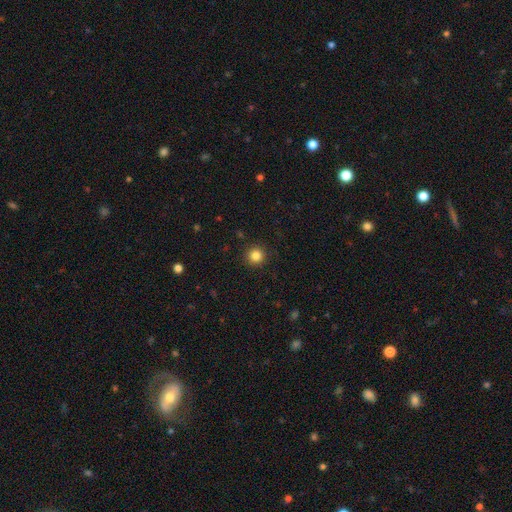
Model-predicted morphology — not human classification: A smooth galaxy with no disk features (84%) that is round (95%).

Vote fractions:
- Smooth or featured? smooth: 84% / star or artifact: 12% / featured or disk: 4%
- How rounded? round: 95% / in between: 4% / cigar-shaped: 1%
- Merging? none: 92% / minor disturbance: 5% / major disturbance: 2% / merger: 1%